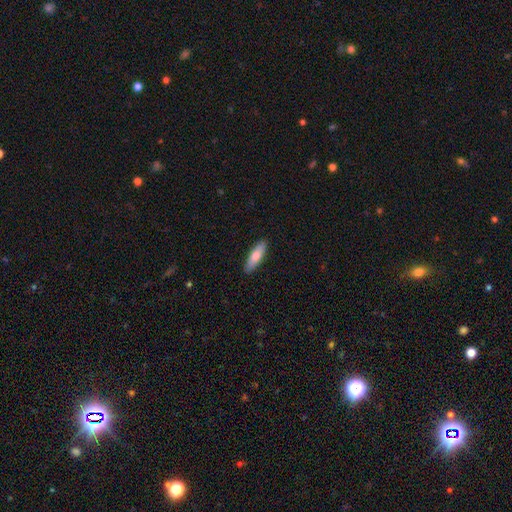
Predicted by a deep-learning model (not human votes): smooth_or_featured: smooth (p=0.73) [alt: featured or disk p=0.21]
how_rounded: cigar-shaped (p=0.56) [alt: in between p=0.42]
merging: none (p=0.90) [alt: minor disturbance p=0.08]